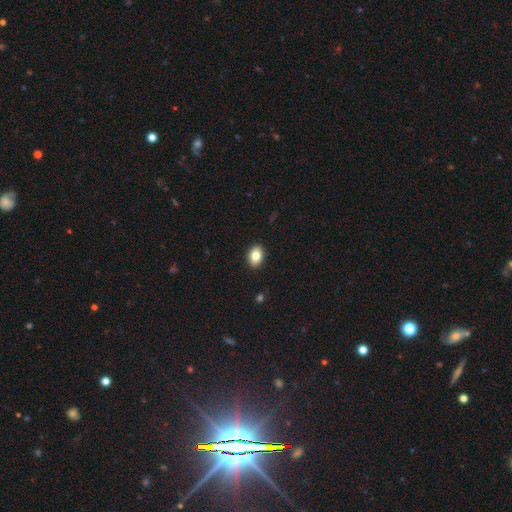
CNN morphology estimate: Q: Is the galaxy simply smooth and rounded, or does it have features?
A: smooth — 83%.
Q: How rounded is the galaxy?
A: in between — 76%.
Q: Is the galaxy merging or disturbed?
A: none — 90%.